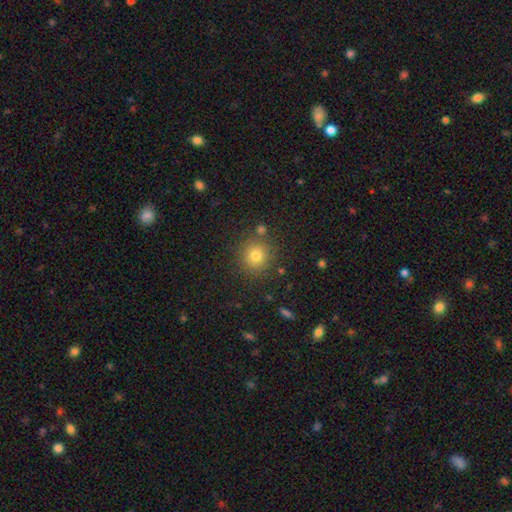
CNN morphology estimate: The model was most divided on "smooth or featured": smooth: 77%, star or artifact: 15%, featured or disk: 8%. More confident: how rounded — round (91%); merging — none (84%).